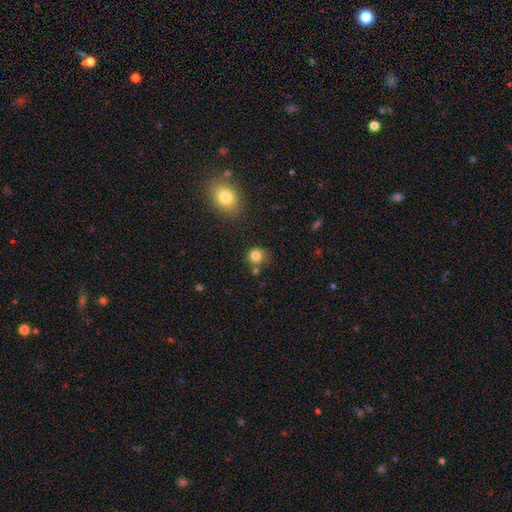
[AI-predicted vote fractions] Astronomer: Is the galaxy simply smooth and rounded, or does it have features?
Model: smooth — 82%.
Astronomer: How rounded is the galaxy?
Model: round — 86%.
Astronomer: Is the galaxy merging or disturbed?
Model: none — 71%.